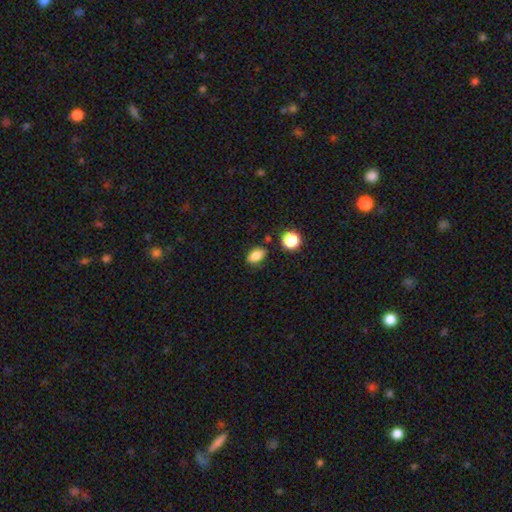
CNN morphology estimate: Smooth or featured? Predicted: smooth (p=0.83). How rounded? Predicted: in between (p=0.82). Merging? Predicted: none (p=0.78).